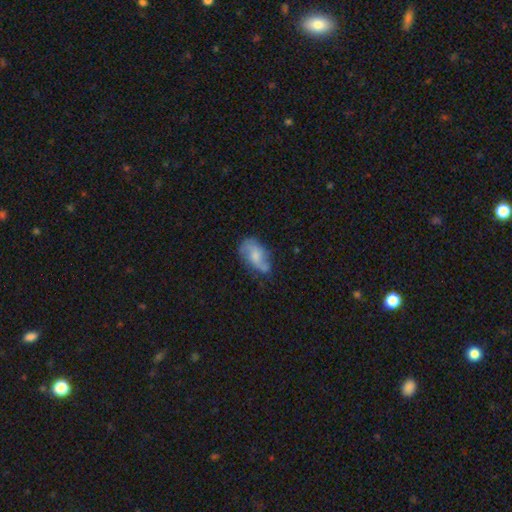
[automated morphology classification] A smooth galaxy with no disk features (47%).

Vote fractions:
- Smooth or featured? smooth: 47% / featured or disk: 45% / star or artifact: 8%
- Merging? none: 52% / minor disturbance: 31% / major disturbance: 13% / merger: 4%